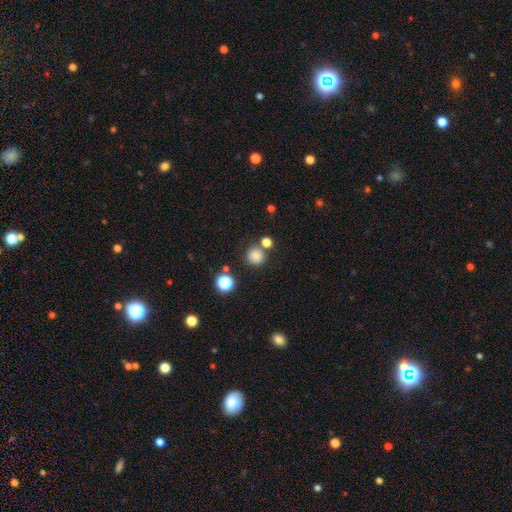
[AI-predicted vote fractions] Smooth or featured? Predicted: smooth (p=0.81). How rounded? Predicted: round (p=0.94). Merging? Predicted: none (p=0.77).